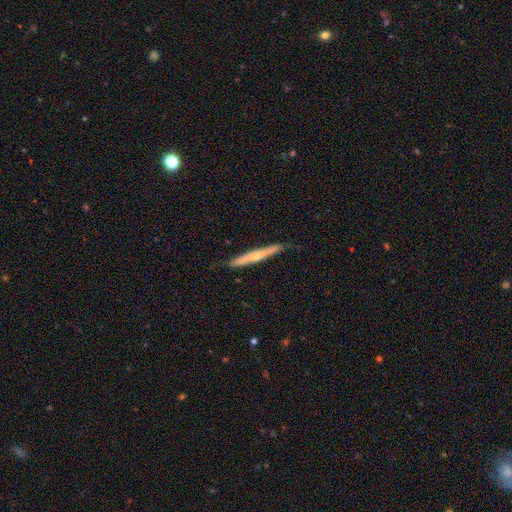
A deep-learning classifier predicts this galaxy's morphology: type=featured or disk (60%); edge-on=yes (95%); edge-on bulge=rounded (75%); merging=none (85%).